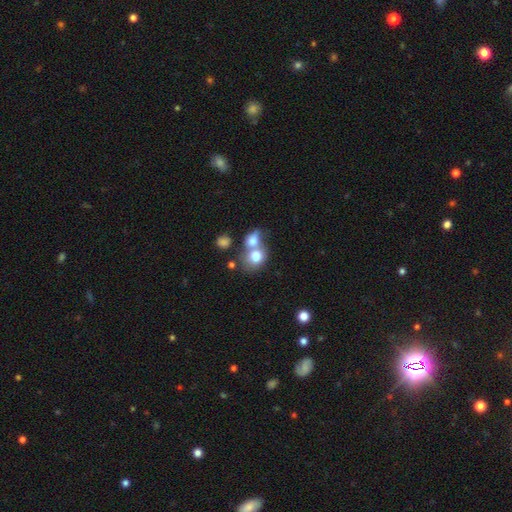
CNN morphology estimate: Overall: smooth (75%). How rounded: round (53%; in between 46%). Merging: merger (62%; none 24%).